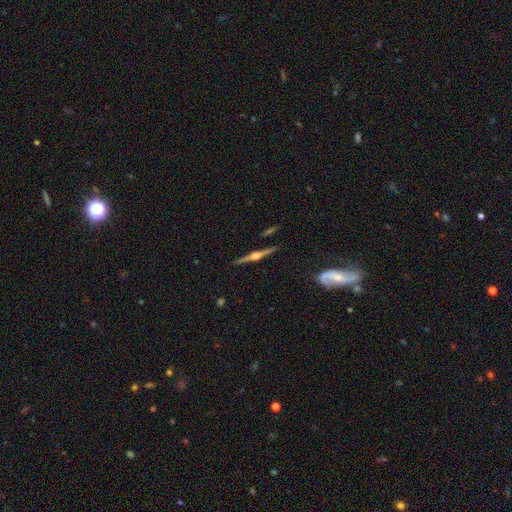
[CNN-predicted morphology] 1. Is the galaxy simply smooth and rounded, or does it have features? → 85% featured or disk, 10% smooth, 6% star or artifact.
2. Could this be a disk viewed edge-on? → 98% yes, 2% no.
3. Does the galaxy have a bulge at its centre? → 92% rounded, 5% boxy, 2% none.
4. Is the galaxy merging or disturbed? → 91% none, 6% minor disturbance, 1% major disturbance, 1% merger.